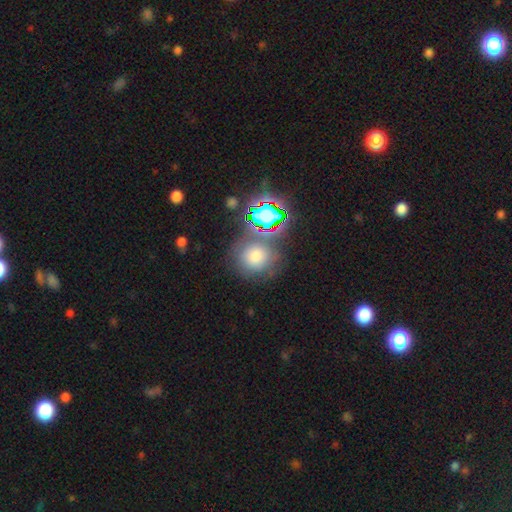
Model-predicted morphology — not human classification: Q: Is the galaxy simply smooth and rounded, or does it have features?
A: smooth — 62%.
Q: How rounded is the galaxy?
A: round — 86%.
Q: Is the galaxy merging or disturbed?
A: none — 69%.